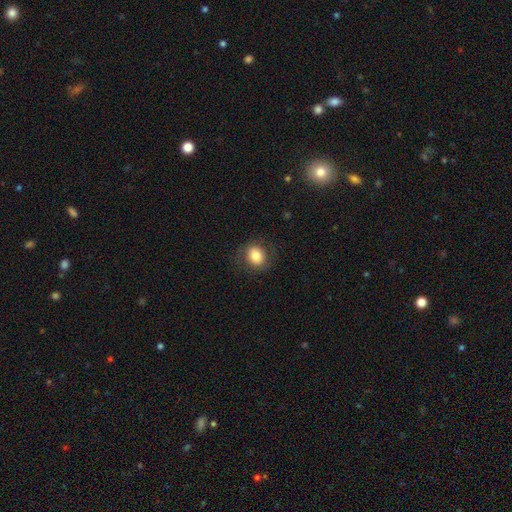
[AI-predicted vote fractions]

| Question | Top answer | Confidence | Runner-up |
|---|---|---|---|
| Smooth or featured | smooth | 78% | featured or disk (14%) |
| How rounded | round | 68% | in between (31%) |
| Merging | none | 79% | minor disturbance (13%) |